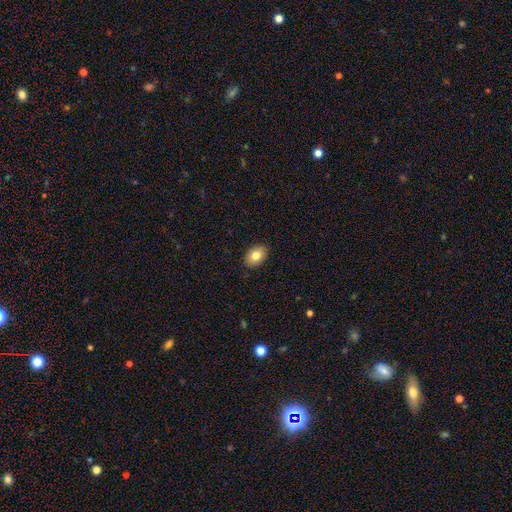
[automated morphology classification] Smooth or featured? smooth (81%)
How rounded? in between (78%)
Merging? none (89%)